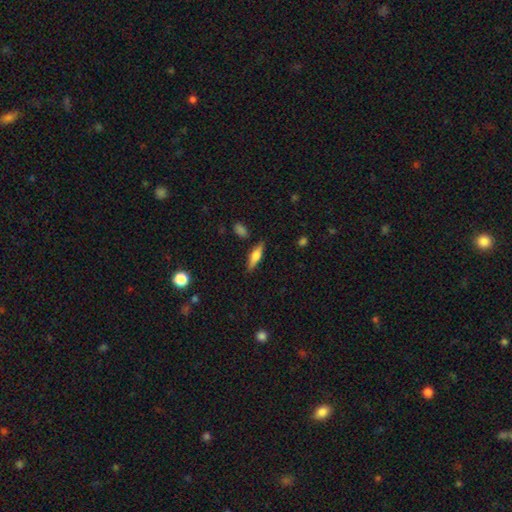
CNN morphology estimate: smooth_or_featured: smooth (p=0.50) [alt: featured or disk p=0.42]
how_rounded: cigar-shaped (p=0.56) [alt: in between p=0.40]
merging: none (p=0.83) [alt: minor disturbance p=0.12]